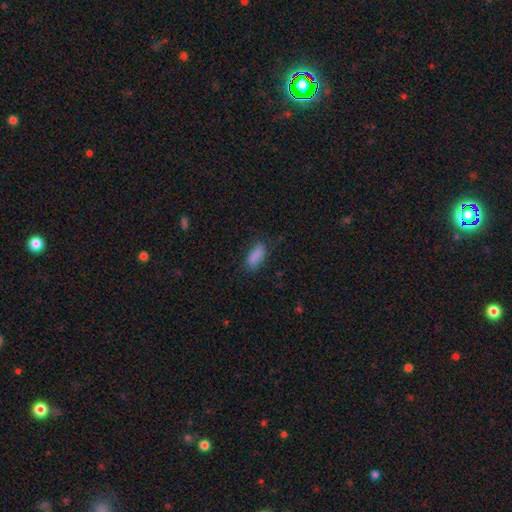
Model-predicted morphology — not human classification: Smooth or featured? smooth (85%)
How rounded? in between (81%)
Merging? none (73%)